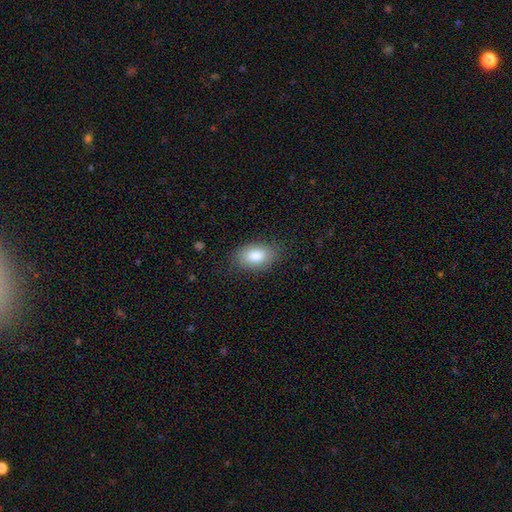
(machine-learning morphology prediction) A smooth galaxy with no disk features (82%) that is in between round and cigar-shaped (88%). Merging: none (81%).